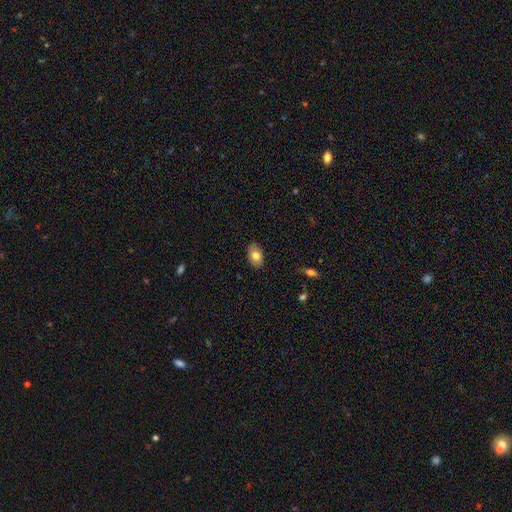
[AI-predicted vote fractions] A smooth galaxy with no disk features (74%) that is in between round and cigar-shaped (88%). Merging: none (86%).